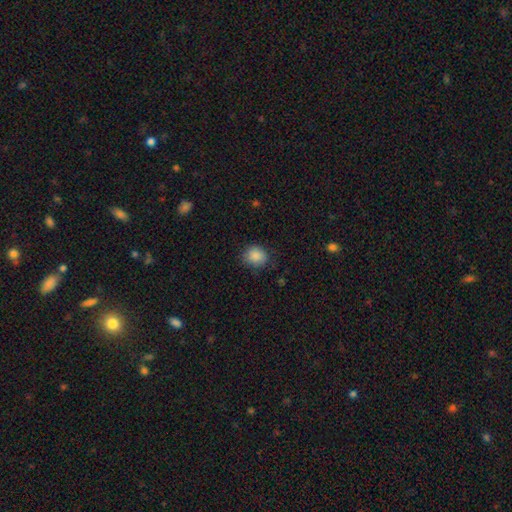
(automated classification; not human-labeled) A smooth galaxy with no disk features (88%) that is round (75%). Merging: none (82%).